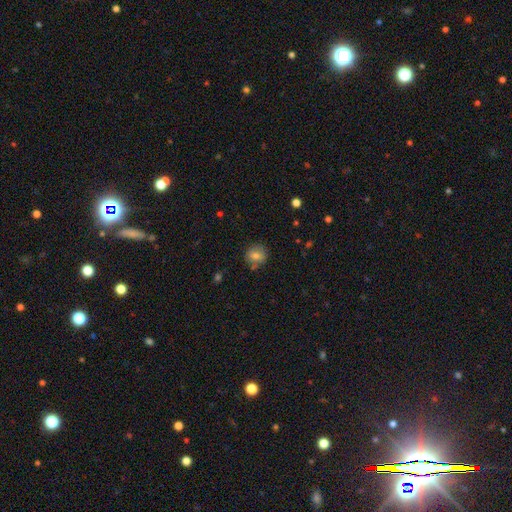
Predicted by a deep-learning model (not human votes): Morphology: type=smooth (76%); roundness=round (83%); merging=none (81%).